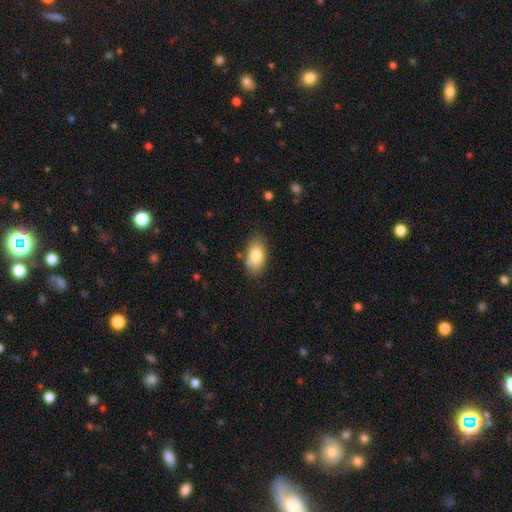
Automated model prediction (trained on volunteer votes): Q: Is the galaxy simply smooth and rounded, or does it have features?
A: smooth — 79%.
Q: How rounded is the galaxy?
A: in between — 91%.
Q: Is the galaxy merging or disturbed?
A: none — 73%.